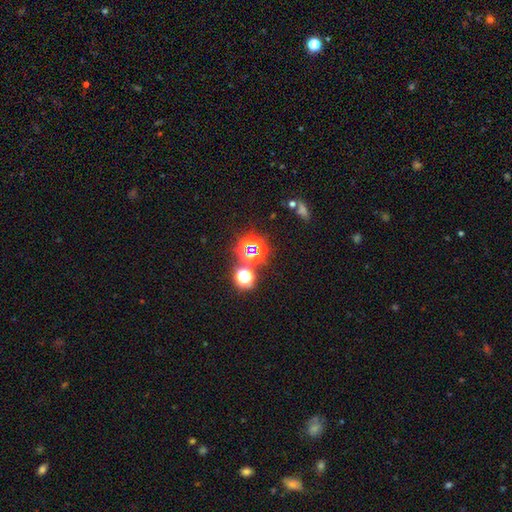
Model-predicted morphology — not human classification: This appears to be a star or artifact, not a galaxy (68%).